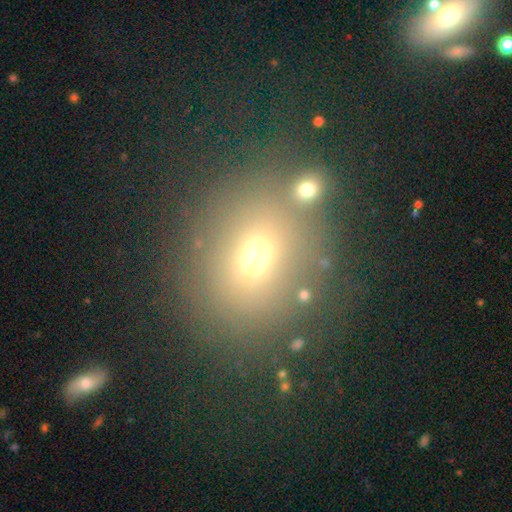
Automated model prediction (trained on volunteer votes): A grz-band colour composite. It shows a smooth galaxy with no disk features (65%) that is round (66%). Merging: none (63%).